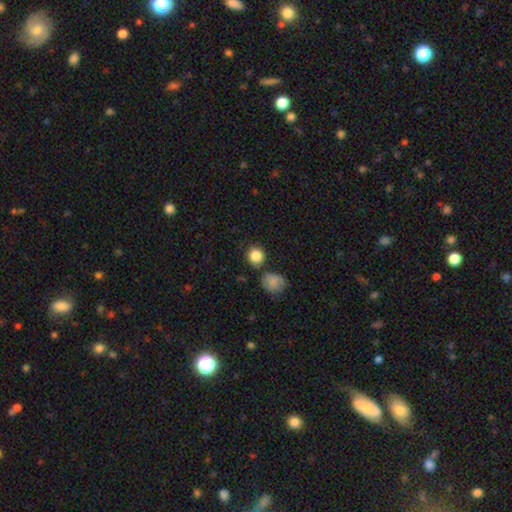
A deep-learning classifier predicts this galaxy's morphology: smooth 86%, star or artifact 9%, featured or disk 5%. Down the decision tree: how rounded — round (87%); merging — none (75%).